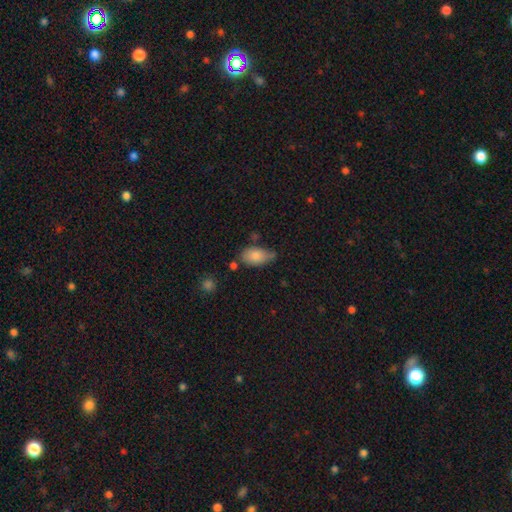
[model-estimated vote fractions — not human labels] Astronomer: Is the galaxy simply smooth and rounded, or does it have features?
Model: smooth — 81%.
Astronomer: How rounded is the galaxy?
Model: in between — 91%.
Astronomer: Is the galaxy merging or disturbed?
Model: none — 53% (runner-up: minor disturbance, 31%).